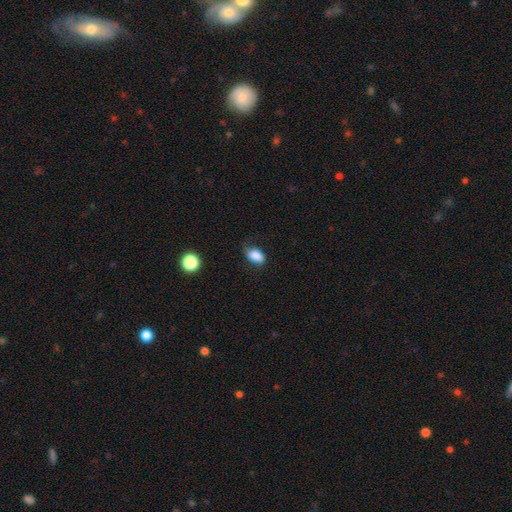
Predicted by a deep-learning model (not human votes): Morphology: type=smooth (84%); roundness=in between (87%); merging=none (62%).